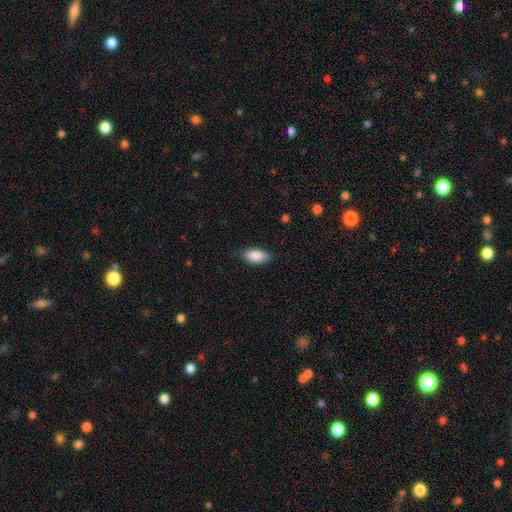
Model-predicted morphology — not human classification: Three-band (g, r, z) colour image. It shows a smooth galaxy with no disk features (88%) that is in between round and cigar-shaped (92%). Merging: none (79%).